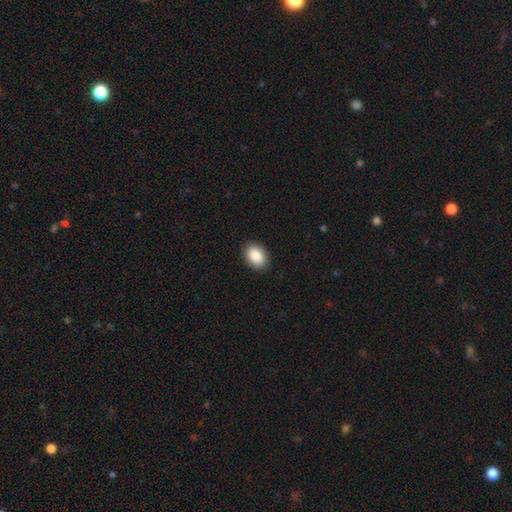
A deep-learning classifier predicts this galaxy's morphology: Overall: smooth (89%). How rounded: in between (78%). Merging: none (90%).